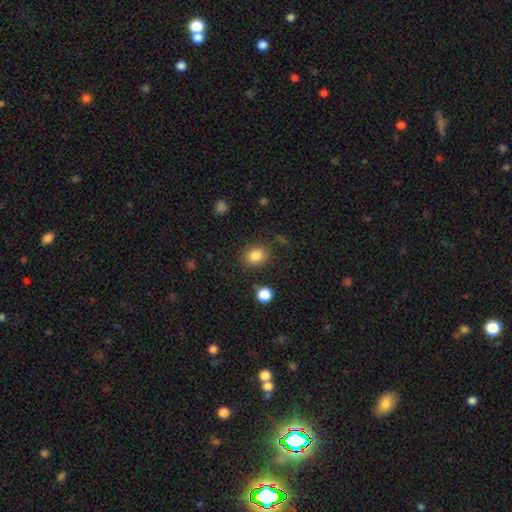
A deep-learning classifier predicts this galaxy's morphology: type=smooth (84%); roundness=round (55%); merging=none (81%).